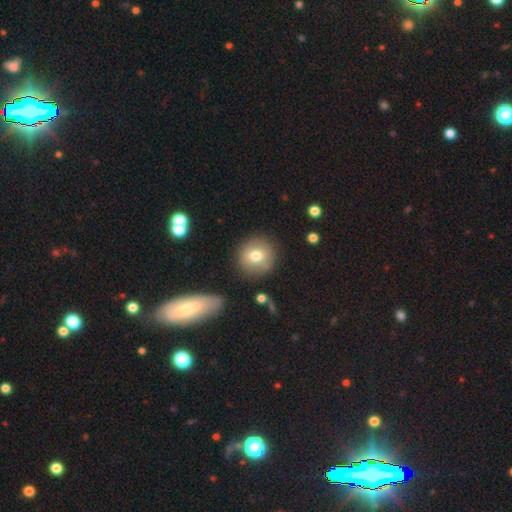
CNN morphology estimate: Smooth or featured: smooth — 74% (featured or disk — 17%)
How rounded: round — 92% (in between — 7%)
Merging: none — 86% (minor disturbance — 9%)